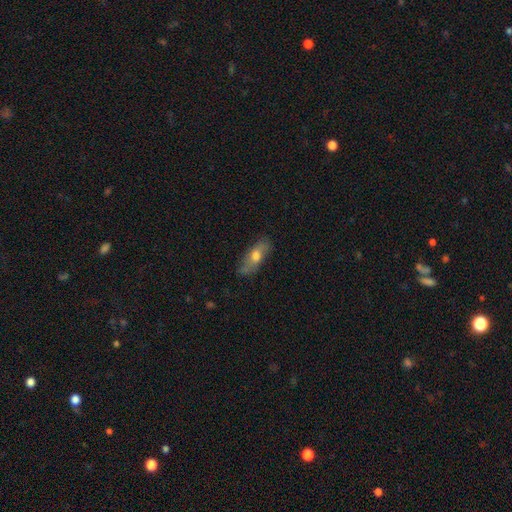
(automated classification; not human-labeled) Q: Smooth or featured?
A: smooth (53%); runner-up: featured or disk (40%)
Q: How rounded?
A: in between (65%); runner-up: cigar-shaped (30%)
Q: Merging?
A: none (77%); runner-up: minor disturbance (18%)